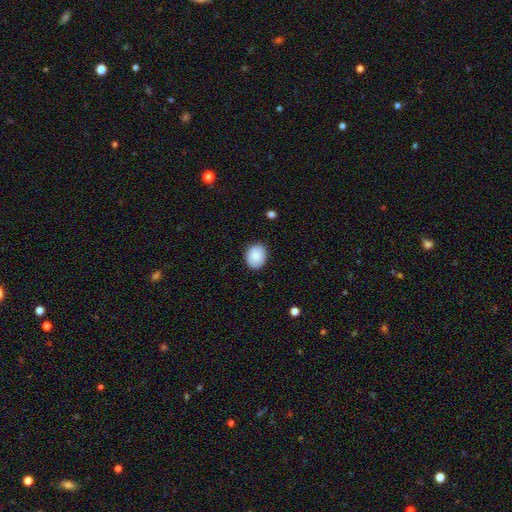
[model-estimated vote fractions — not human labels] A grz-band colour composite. It shows a smooth galaxy with no disk features (88%) that is round (50%). Merging: none (87%).